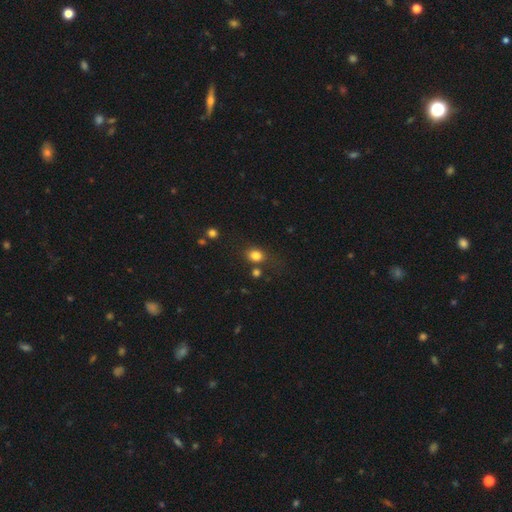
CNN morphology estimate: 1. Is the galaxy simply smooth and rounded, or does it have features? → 81% smooth, 13% star or artifact, 6% featured or disk.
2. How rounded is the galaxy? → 58% round, 41% in between, 1% cigar-shaped.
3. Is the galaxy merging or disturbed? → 68% none, 16% minor disturbance, 9% merger, 7% major disturbance.